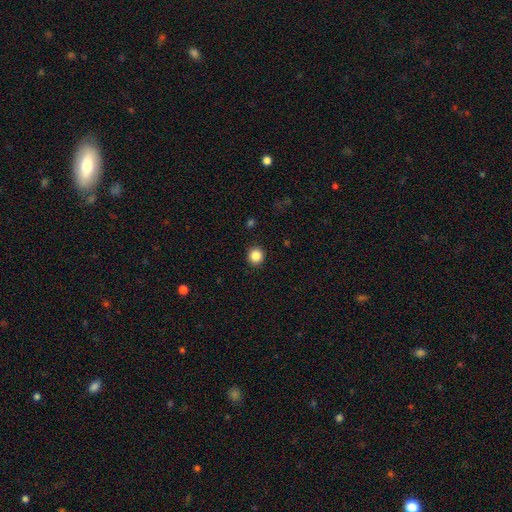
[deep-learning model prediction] Smooth or featured: smooth — 86% (star or artifact — 11%)
How rounded: round — 93% (in between — 6%)
Merging: none — 92% (minor disturbance — 5%)